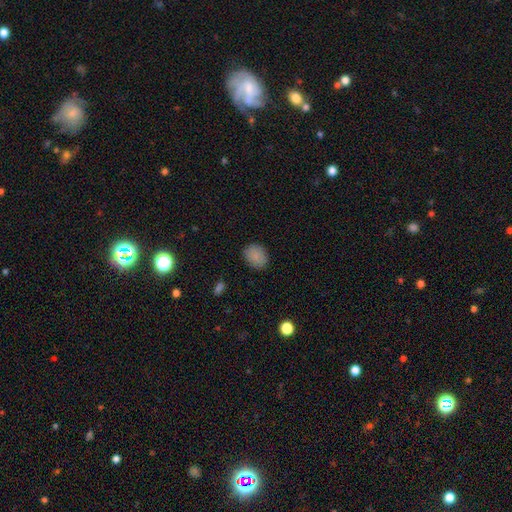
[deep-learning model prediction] Smooth or featured: smooth — 85% (star or artifact — 9%)
How rounded: in between — 51% (round — 48%)
Merging: none — 84% (minor disturbance — 12%)